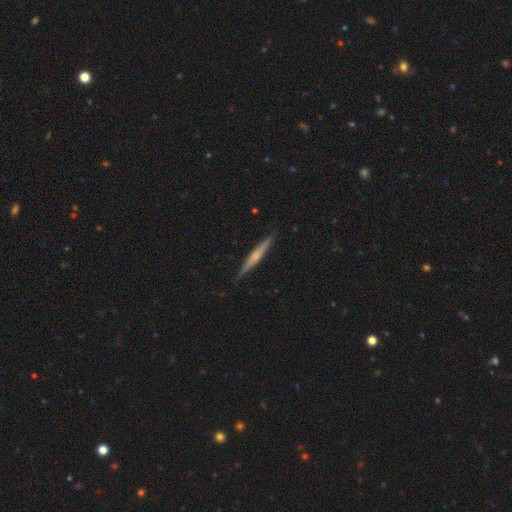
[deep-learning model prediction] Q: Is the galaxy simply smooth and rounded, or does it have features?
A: featured or disk — 59%.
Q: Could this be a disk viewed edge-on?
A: yes — 98%.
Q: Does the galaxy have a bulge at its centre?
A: rounded — 51%.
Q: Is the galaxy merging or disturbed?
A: none — 89%.